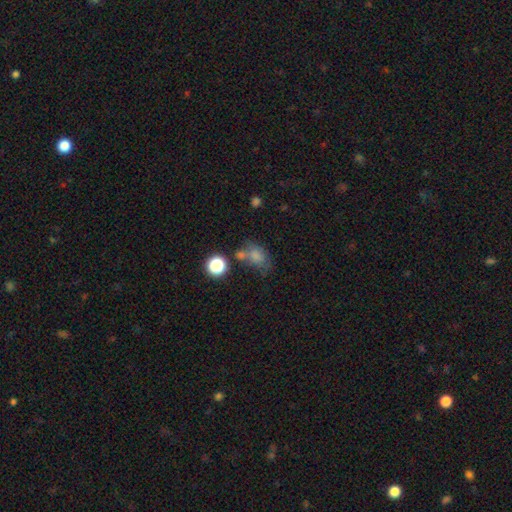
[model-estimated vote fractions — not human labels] Smooth or featured?
  - smooth: 71% *
  - star or artifact: 15%
  - featured or disk: 14%
How rounded?
  - in between: 71% *
  - round: 28%
  - cigar-shaped: 2%
Merging?
  - none: 38% *
  - merger: 26%
  - minor disturbance: 21%
  - major disturbance: 15%